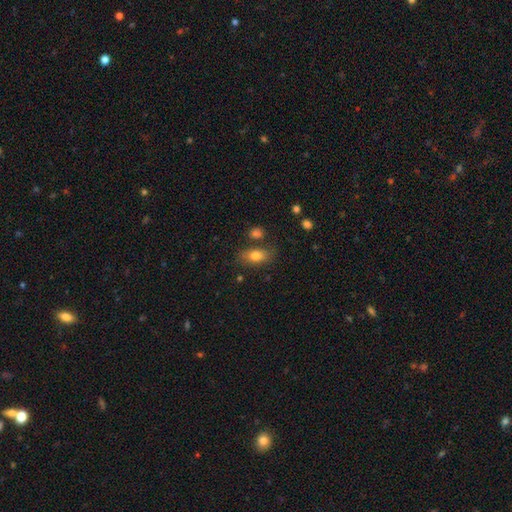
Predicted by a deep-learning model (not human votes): Overall: smooth (79%). How rounded: in between (84%). Merging: none (71%).